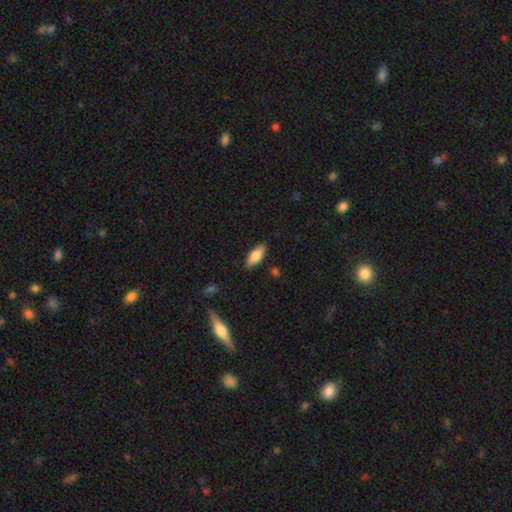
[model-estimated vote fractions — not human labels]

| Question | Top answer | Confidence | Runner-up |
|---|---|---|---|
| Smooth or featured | smooth | 75% | featured or disk (18%) |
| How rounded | in between | 73% | cigar-shaped (25%) |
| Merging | none | 85% | minor disturbance (11%) |